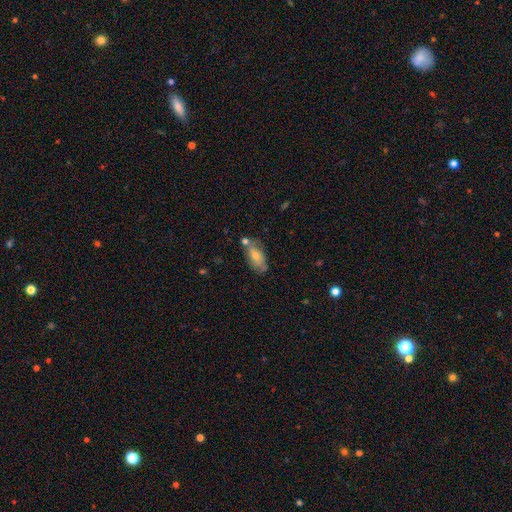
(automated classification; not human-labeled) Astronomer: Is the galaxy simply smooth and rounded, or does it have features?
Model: smooth — 56% (runner-up: featured or disk, 34%).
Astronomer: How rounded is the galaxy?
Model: in between — 85%.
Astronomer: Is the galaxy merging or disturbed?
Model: none — 60%.